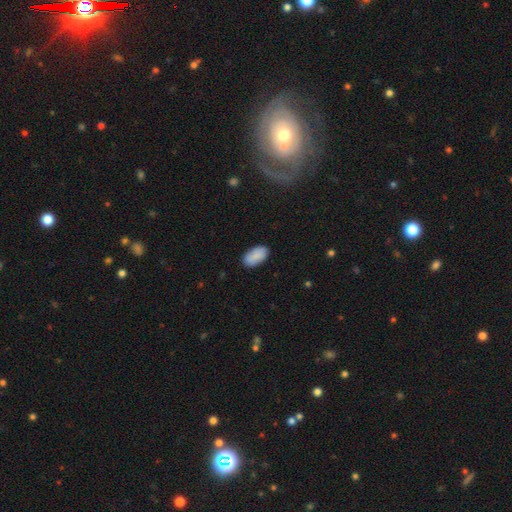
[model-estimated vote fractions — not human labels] A smooth galaxy with no disk features (86%) that is in between round and cigar-shaped (94%).

Vote fractions:
- Smooth or featured? smooth: 86% / featured or disk: 7% / star or artifact: 7%
- How rounded? in between: 94% / round: 3% / cigar-shaped: 2%
- Merging? none: 83% / minor disturbance: 13% / major disturbance: 3% / merger: 2%